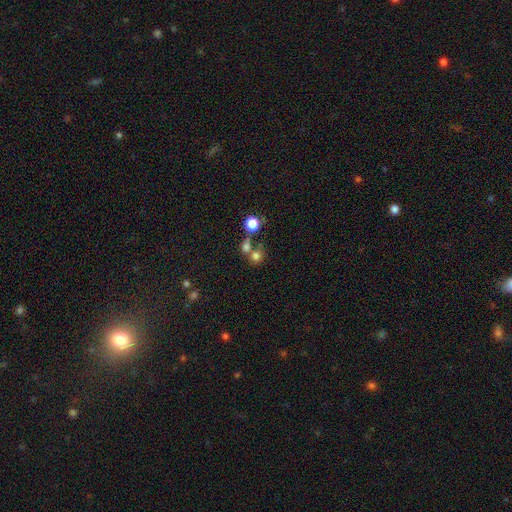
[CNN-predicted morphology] smooth_or_featured: smooth (p=0.72) [alt: star or artifact p=0.18]
how_rounded: round (p=0.83) [alt: in between p=0.16]
merging: none (p=0.51) [alt: merger p=0.36]